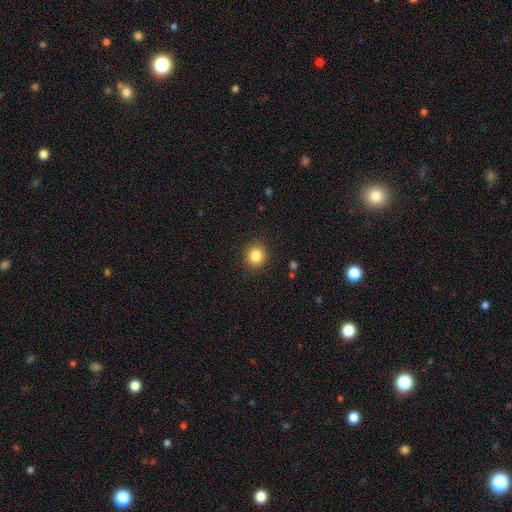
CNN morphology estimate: A smooth galaxy with no disk features (84%) that is round (88%). Merging: none (90%).